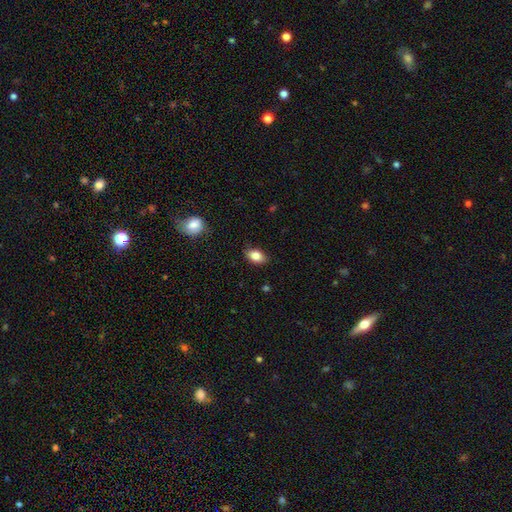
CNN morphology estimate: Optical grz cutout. It shows a smooth galaxy with no disk features (83%) that is in between round and cigar-shaped (85%). Merging: none (84%).